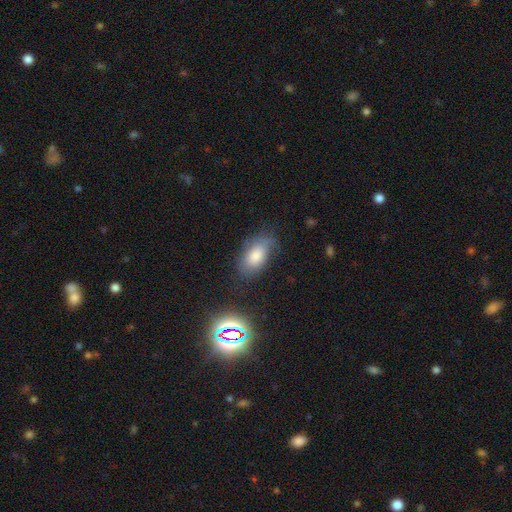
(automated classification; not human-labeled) Smooth or featured: smooth — 68% (featured or disk — 18%)
How rounded: in between — 91% (round — 6%)
Merging: none — 60% (minor disturbance — 27%)